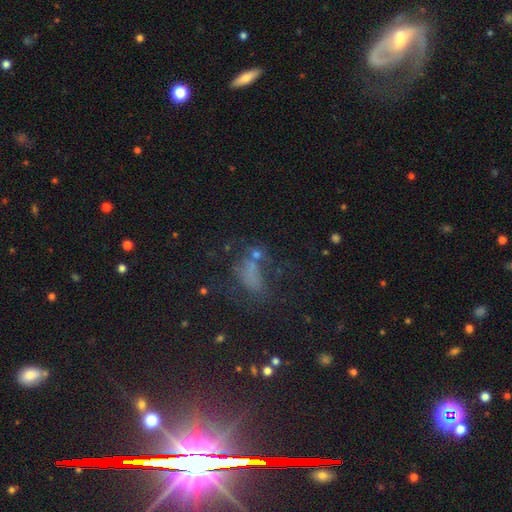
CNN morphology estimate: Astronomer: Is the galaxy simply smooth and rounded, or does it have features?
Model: smooth — 45% (runner-up: star or artifact, 28%).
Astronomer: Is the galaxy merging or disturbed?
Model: none — 34% (runner-up: major disturbance, 32%).